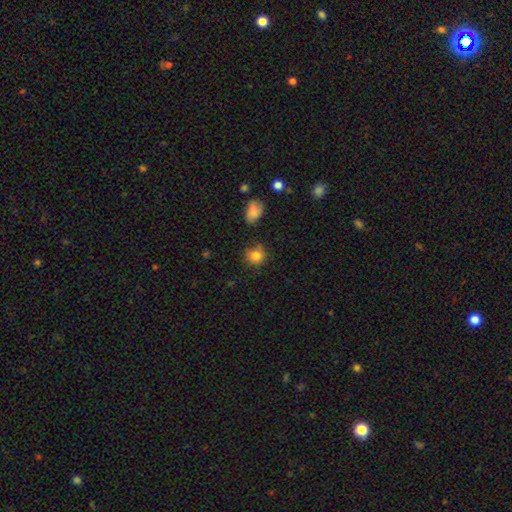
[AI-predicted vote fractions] smooth 80%, star or artifact 12%, featured or disk 9%. Down the decision tree: how rounded — round (74%); merging — none (64%).